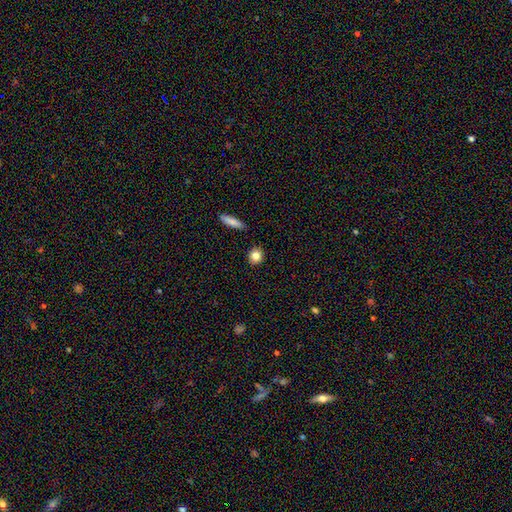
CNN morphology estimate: Overall: smooth (82%). How rounded: round (79%). Merging: none (89%).